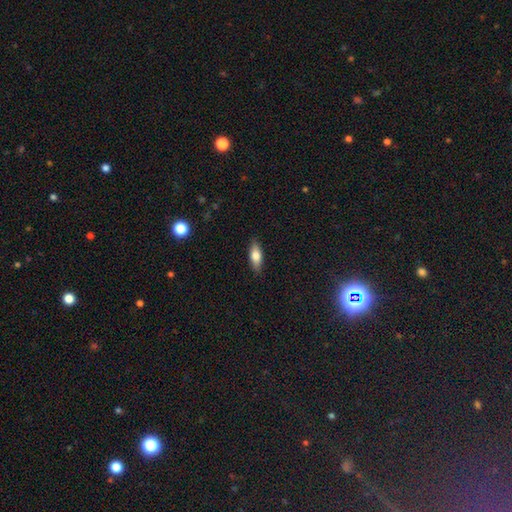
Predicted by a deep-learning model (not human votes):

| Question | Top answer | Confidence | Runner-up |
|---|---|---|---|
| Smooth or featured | smooth | 72% | featured or disk (21%) |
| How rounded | in between | 70% | cigar-shaped (27%) |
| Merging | none | 87% | minor disturbance (10%) |